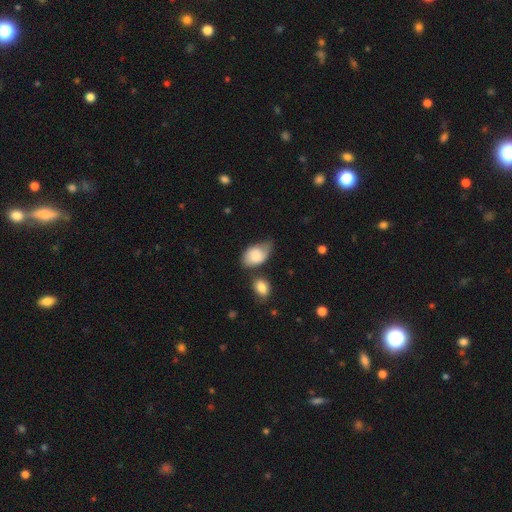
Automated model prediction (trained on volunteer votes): A smooth galaxy with no disk features (75%) that is in between round and cigar-shaped (88%).

Vote fractions:
- Smooth or featured? smooth: 75% / featured or disk: 18% / star or artifact: 7%
- How rounded? in between: 88% / round: 10% / cigar-shaped: 1%
- Merging? minor disturbance: 38% / none: 35% / major disturbance: 14% / merger: 13%